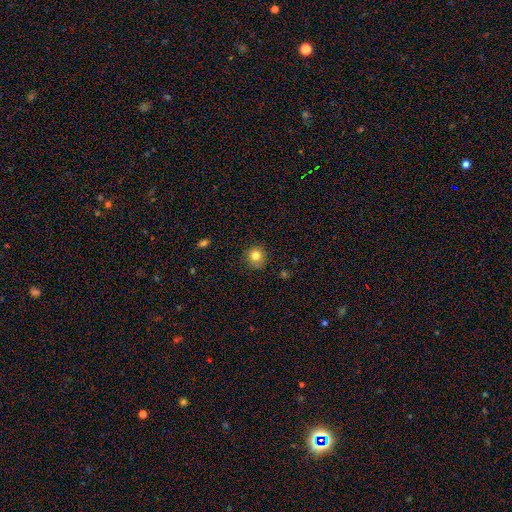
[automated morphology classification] The model was most divided on "smooth or featured": smooth: 82%, star or artifact: 12%, featured or disk: 6%. More confident: how rounded — round (92%); merging — none (88%).